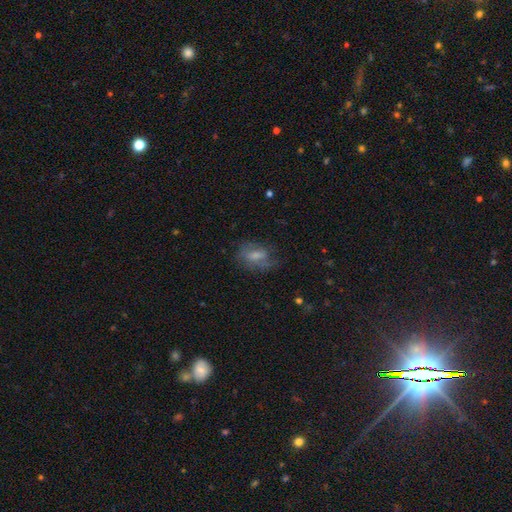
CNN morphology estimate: This is possibly a smooth galaxy (46%). Merging: possibly none (54%).